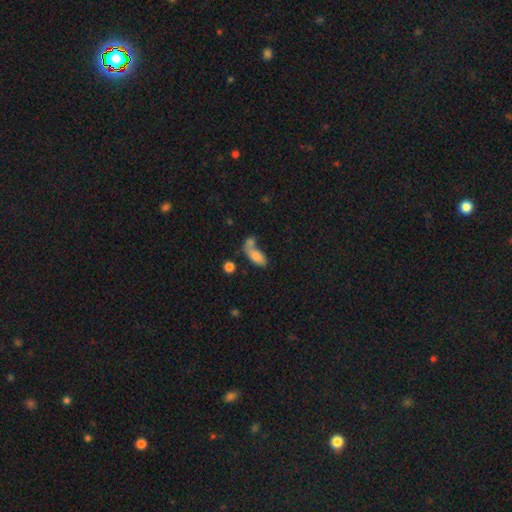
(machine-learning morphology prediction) Smooth or featured: smooth — 77% (featured or disk — 14%)
How rounded: in between — 85% (cigar-shaped — 10%)
Merging: merger — 48% (none — 29%)